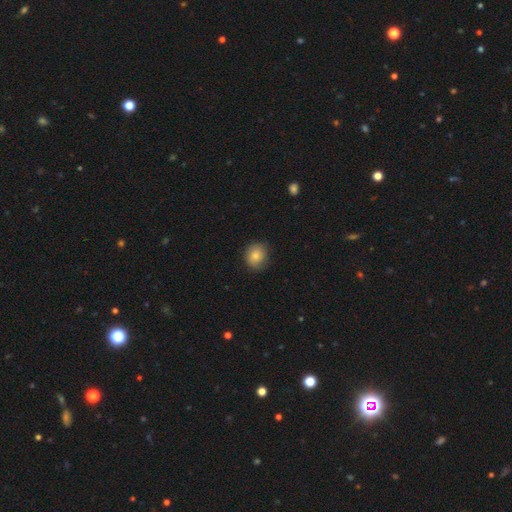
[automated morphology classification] smooth_or_featured: smooth (p=0.82) [alt: star or artifact p=0.09]
how_rounded: round (p=0.77) [alt: in between p=0.22]
merging: none (p=0.82) [alt: minor disturbance p=0.14]